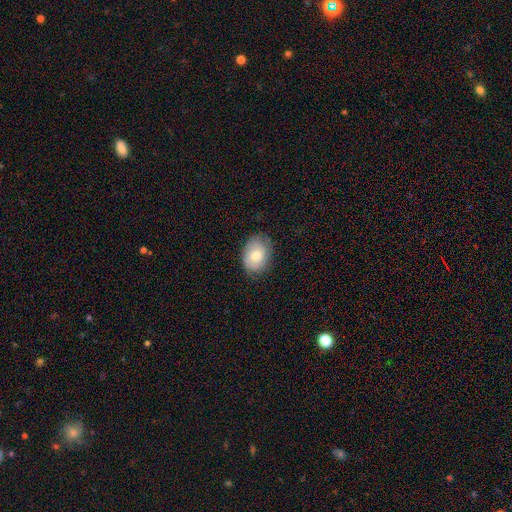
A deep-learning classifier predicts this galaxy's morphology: smooth 71%, featured or disk 21%, star or artifact 7%. Down the decision tree: how rounded — in between (73%); merging — none (74%).